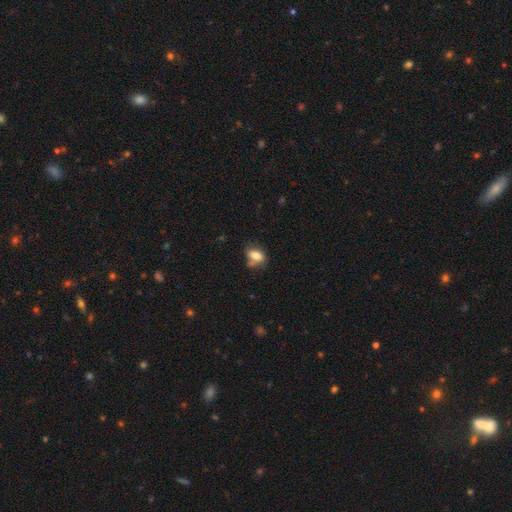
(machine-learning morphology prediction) Q: Smooth or featured?
A: smooth (76%); runner-up: featured or disk (14%)
Q: How rounded?
A: in between (79%); runner-up: round (18%)
Q: Merging?
A: none (49%); runner-up: minor disturbance (26%)